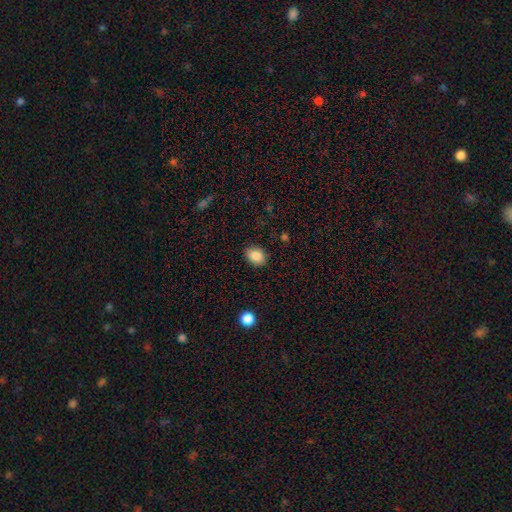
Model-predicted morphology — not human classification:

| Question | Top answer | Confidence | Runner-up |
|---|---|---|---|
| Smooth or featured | smooth | 86% | star or artifact (9%) |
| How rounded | in between | 59% | round (40%) |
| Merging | none | 87% | minor disturbance (9%) |